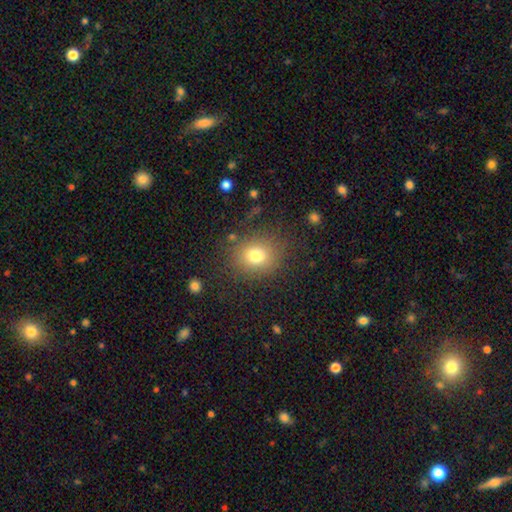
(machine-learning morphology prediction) smooth 75%, star or artifact 14%, featured or disk 10%. Down the decision tree: how rounded — round (71%); merging — none (80%).